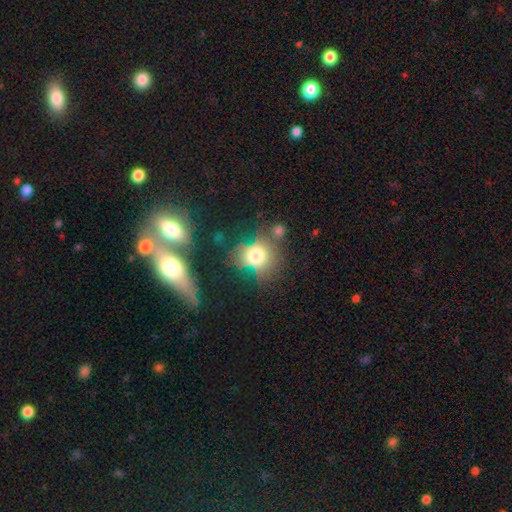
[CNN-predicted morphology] This is likely a smooth galaxy (70%). How rounded: likely round (68%). Merging: possibly none (57%).